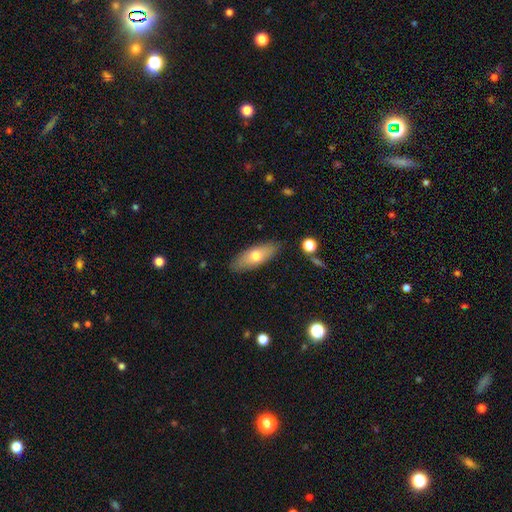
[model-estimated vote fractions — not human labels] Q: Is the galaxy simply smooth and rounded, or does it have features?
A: smooth — 66%.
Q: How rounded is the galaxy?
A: in between — 71%.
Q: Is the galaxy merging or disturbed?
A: none — 85%.